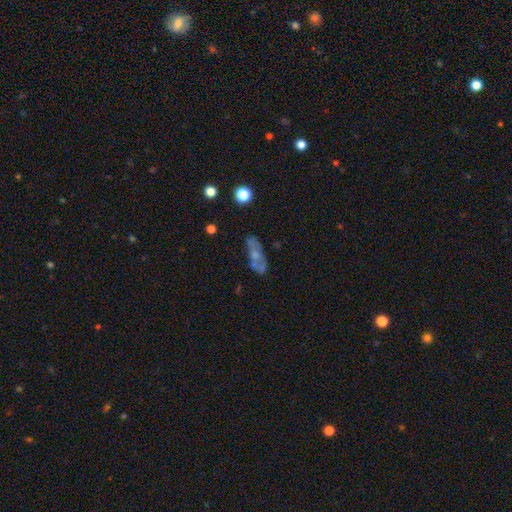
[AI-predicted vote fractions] Smooth or featured? Predicted: featured or disk (p=0.52). Edge-on disk? Predicted: no (p=0.80). Merging? Predicted: none (p=0.62).